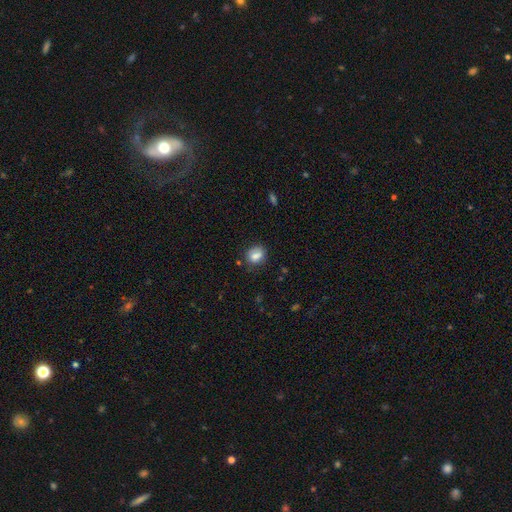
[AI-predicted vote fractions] This appears to be a smooth galaxy with no disk features (80%) that is round (57%). Merging: none (68%).